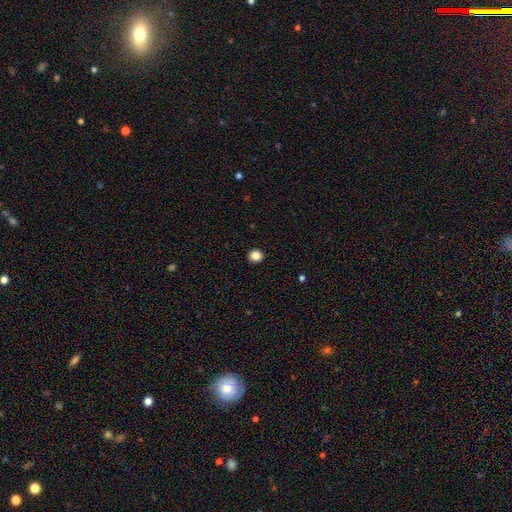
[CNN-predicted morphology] smooth-or-featured: smooth: 85% | star or artifact: 11% | featured or disk: 4%
  how-rounded: round: 89% | in between: 11% | cigar-shaped: 1%
  merging: none: 93% | minor disturbance: 4% | major disturbance: 1% | merger: 1%